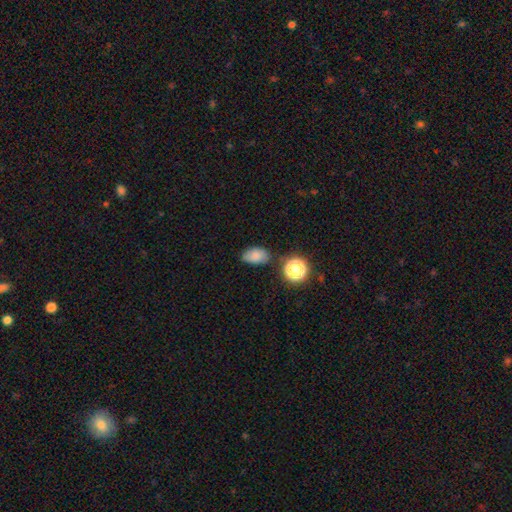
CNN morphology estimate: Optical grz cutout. It shows a smooth galaxy with no disk features (78%) that is in between round and cigar-shaped (85%). Merging: none (68%).